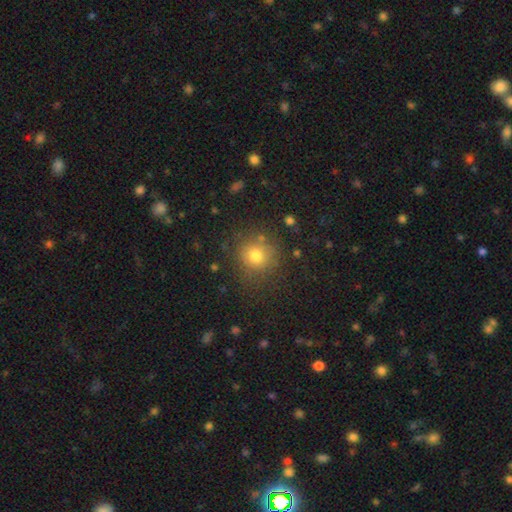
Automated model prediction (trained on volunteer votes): A smooth galaxy with no disk features (76%) that is round (87%). Merging: none (80%).